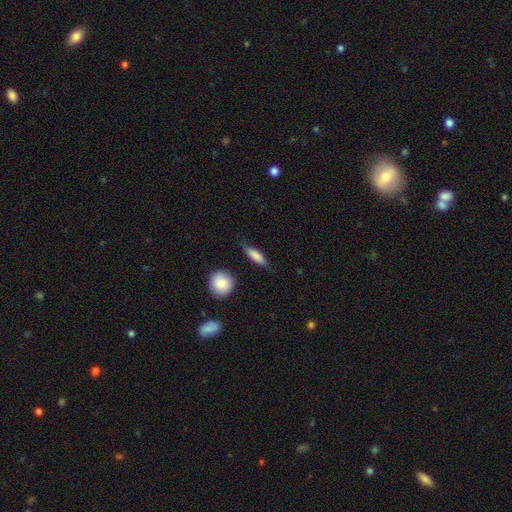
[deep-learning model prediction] smooth_or_featured: smooth (p=0.76) [alt: featured or disk p=0.17]
how_rounded: cigar-shaped (p=0.49) [alt: in between p=0.47]
merging: none (p=0.71) [alt: minor disturbance p=0.22]